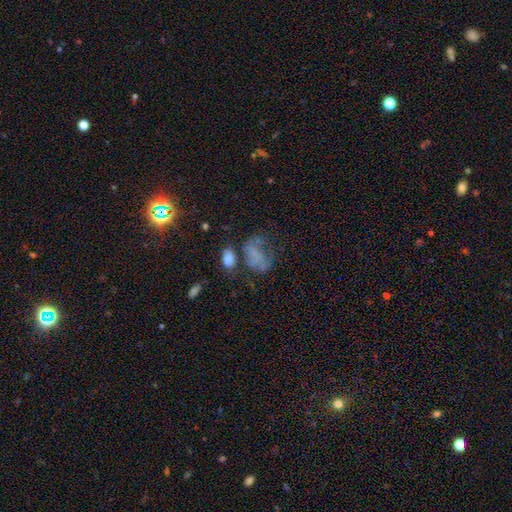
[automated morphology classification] smooth_or_featured: smooth (p=0.44) [alt: featured or disk p=0.30]
merging: major disturbance (p=0.32) [alt: none p=0.31]